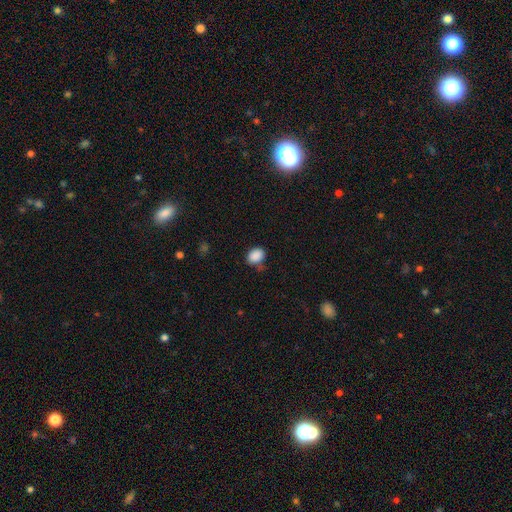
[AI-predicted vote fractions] The model was most divided on "how rounded": in between: 65%, round: 34%, cigar-shaped: 1%. More confident: smooth or featured — smooth (88%); merging — none (70%).